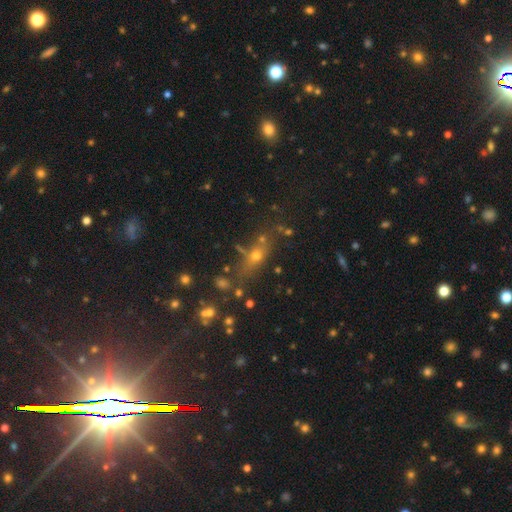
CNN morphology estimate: This is possibly a smooth galaxy (51%). How rounded: possibly in between (46%). Merging: likely none (64%).